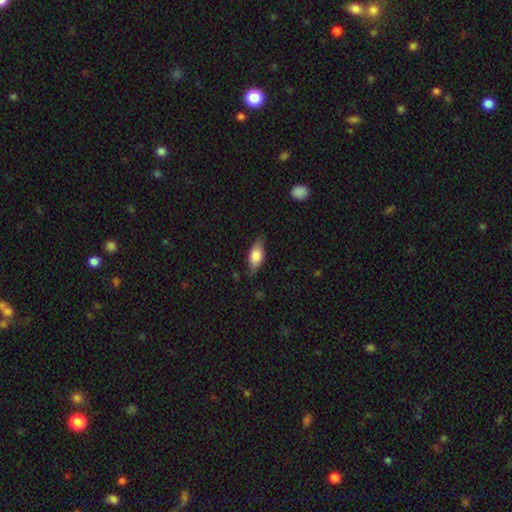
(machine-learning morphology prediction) The model was most divided on "smooth or featured": smooth: 73%, featured or disk: 20%, star or artifact: 6%. More confident: how rounded — in between (83%); merging — none (77%).